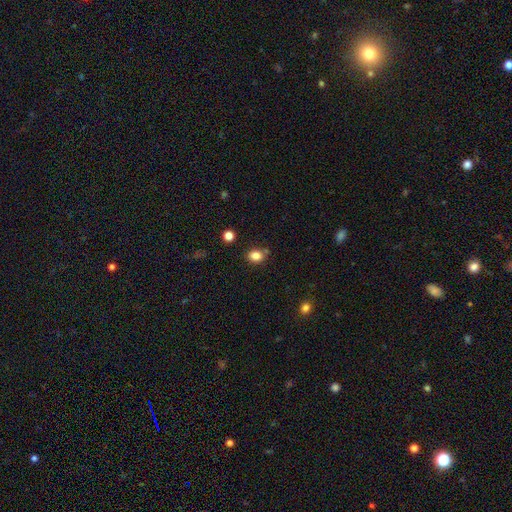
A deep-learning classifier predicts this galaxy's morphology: type=smooth (83%); roundness=in between (50%); merging=none (76%).